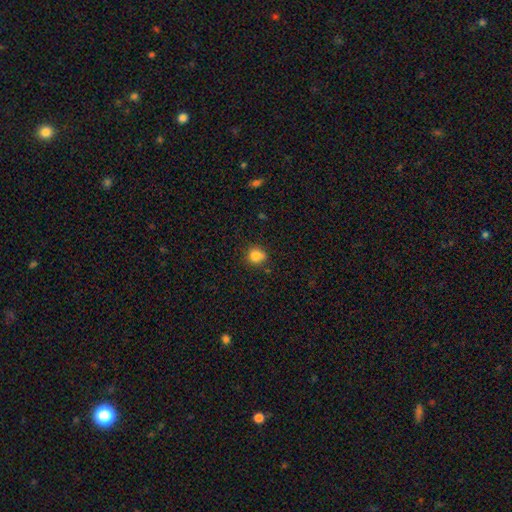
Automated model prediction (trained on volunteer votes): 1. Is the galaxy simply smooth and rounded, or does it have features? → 83% smooth, 11% star or artifact, 6% featured or disk.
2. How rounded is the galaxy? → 85% round, 14% in between, 1% cigar-shaped.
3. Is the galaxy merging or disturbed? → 71% none, 18% minor disturbance, 6% merger, 4% major disturbance.